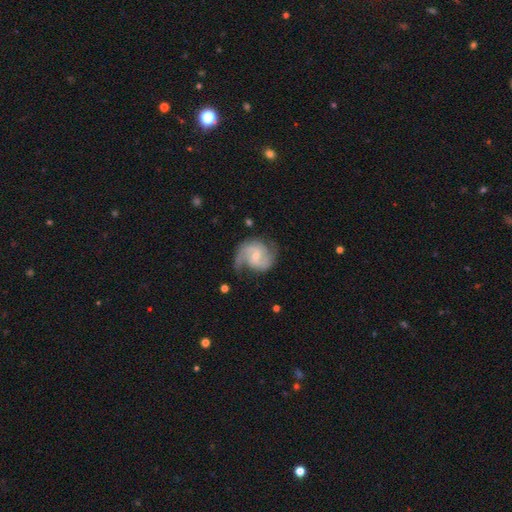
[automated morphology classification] This is clearly a featured or disk galaxy (85%). It is clearly not viewed edge-on (98%). Bar: possibly weak (46%). Spiral arm pattern: clearly yes (96%). Spiral arm count: clearly 2 (82%). Spiral winding: possibly medium (51%). Central bulge: possibly small (56%). Merging: likely none (64%).